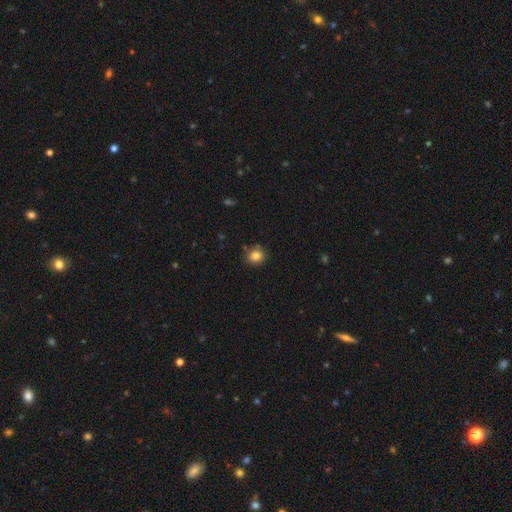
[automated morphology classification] This appears to be a smooth galaxy with no disk features (84%) that is round (73%). Merging: none (79%).